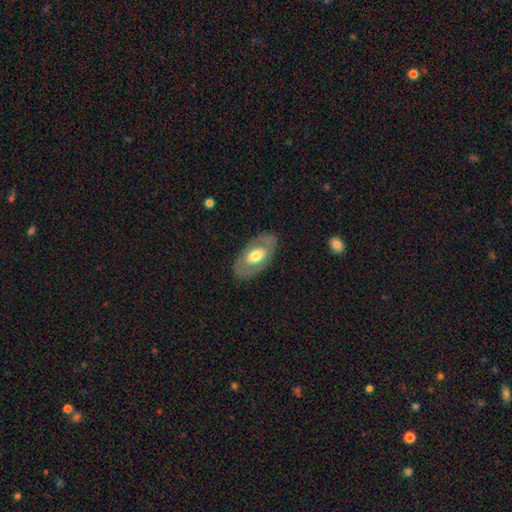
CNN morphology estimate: Smooth or featured?
  - featured or disk: 51% *
  - smooth: 43%
  - star or artifact: 5%
Edge-on disk?
  - no: 88% *
  - yes: 12%
Merging?
  - none: 81% *
  - minor disturbance: 13%
  - major disturbance: 5%
  - merger: 1%